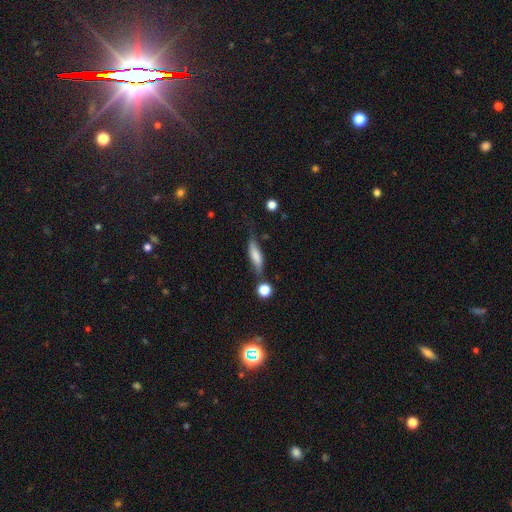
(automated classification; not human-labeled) smooth 68%, featured or disk 24%, star or artifact 8%. Down the decision tree: how rounded — cigar-shaped (59%); merging — none (58%).